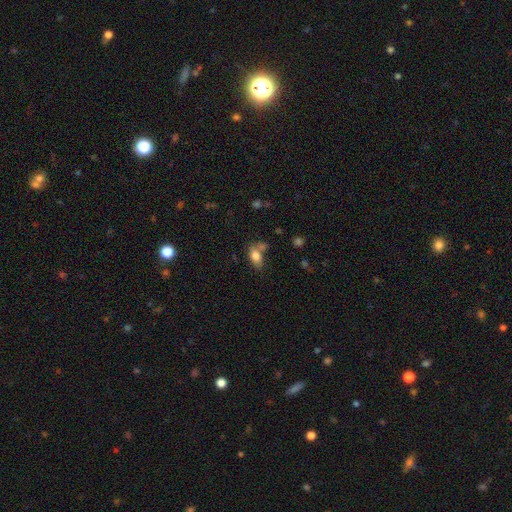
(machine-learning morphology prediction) Overall: smooth (80%). How rounded: in between (88%). Merging: none (52%; merger 23%).